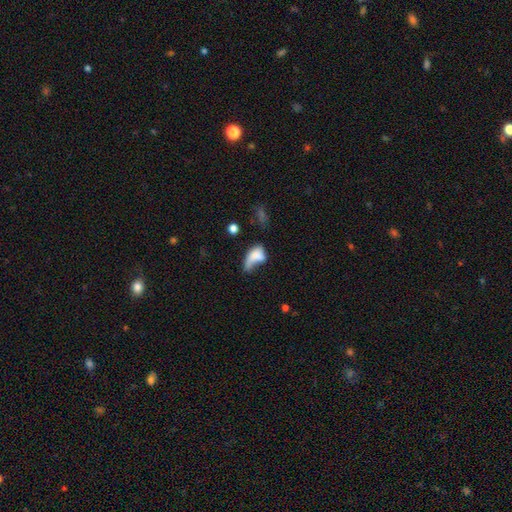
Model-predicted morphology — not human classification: Smooth or featured: smooth — 65% (featured or disk — 25%)
How rounded: in between — 82% (round — 11%)
Merging: major disturbance — 38% (none — 21%)